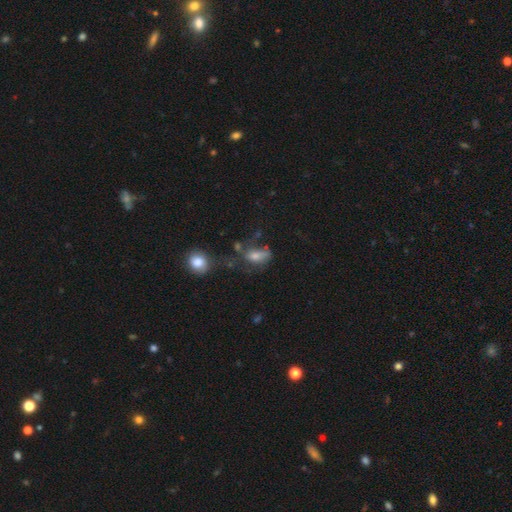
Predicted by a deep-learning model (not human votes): Smooth or featured? smooth (55%)
How rounded? in between (76%)
Merging? none (34%)